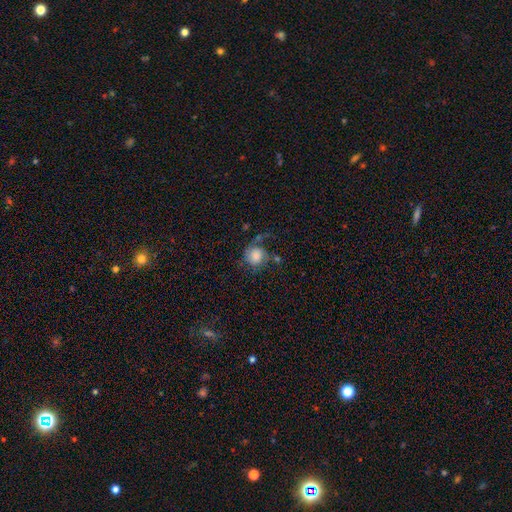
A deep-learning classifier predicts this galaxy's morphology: smooth 50%, featured or disk 41%, star or artifact 9%. Down the decision tree: how rounded — round (78%); merging — none (42%).